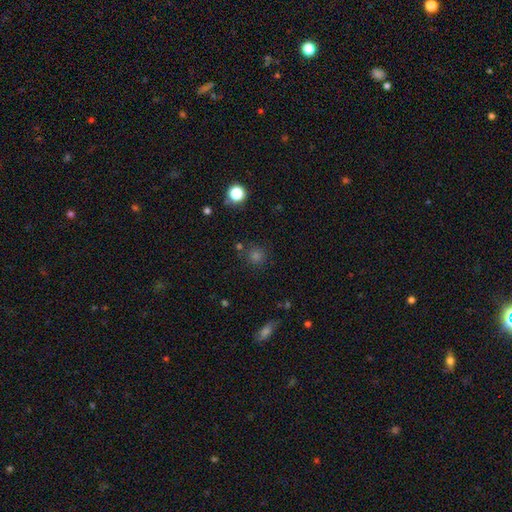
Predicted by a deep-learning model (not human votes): smooth 64%, star or artifact 29%, featured or disk 7%. Down the decision tree: how rounded — round (92%); merging — none (82%).